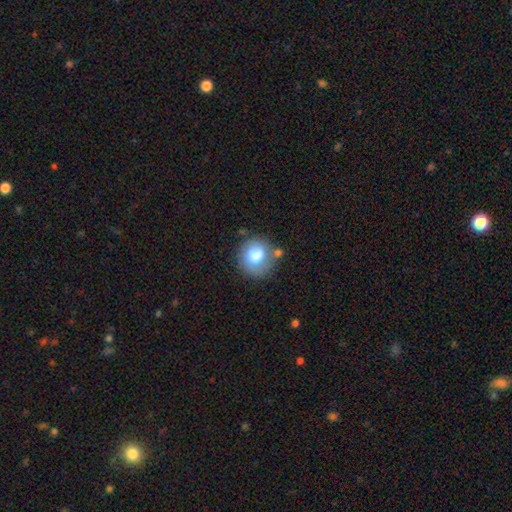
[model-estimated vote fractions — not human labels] Morphology: type=smooth (70%); roundness=round (83%); merging=none (56%).